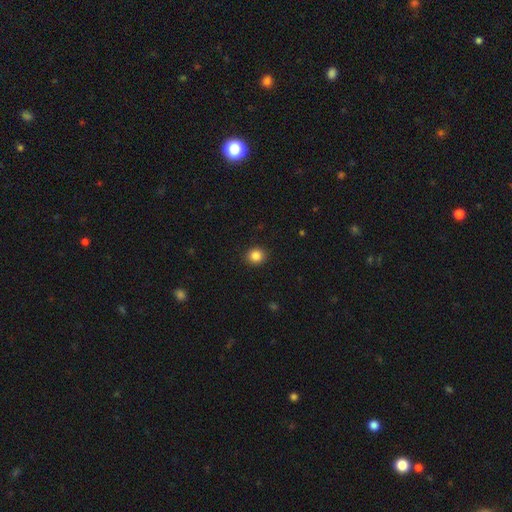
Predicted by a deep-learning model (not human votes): This is clearly a smooth galaxy (86%). How rounded: clearly round (85%). Merging: clearly none (91%).